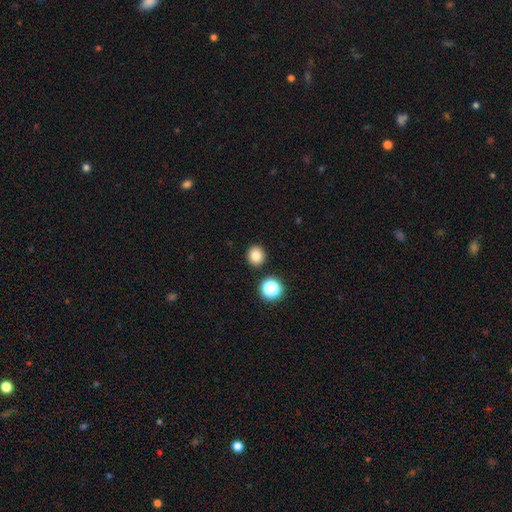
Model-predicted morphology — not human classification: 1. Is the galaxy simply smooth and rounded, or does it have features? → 81% smooth, 13% star or artifact, 6% featured or disk.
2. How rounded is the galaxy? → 84% round, 15% in between, 1% cigar-shaped.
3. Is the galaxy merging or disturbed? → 89% none, 6% minor disturbance, 3% merger, 2% major disturbance.